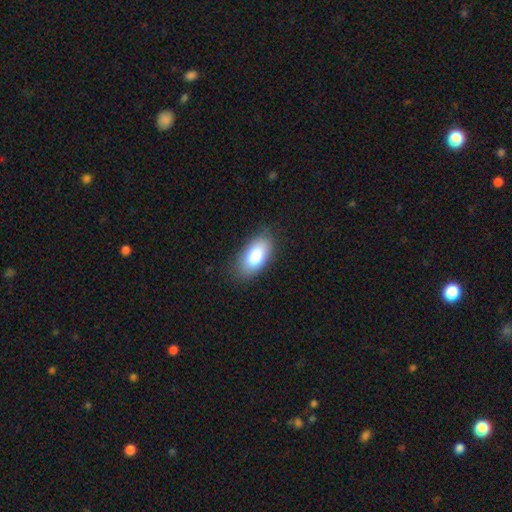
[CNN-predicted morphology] smooth-or-featured: smooth: 81% | featured or disk: 11% | star or artifact: 7%
  how-rounded: in between: 93% | cigar-shaped: 4% | round: 3%
  merging: none: 83% | minor disturbance: 13% | major disturbance: 3% | merger: 1%